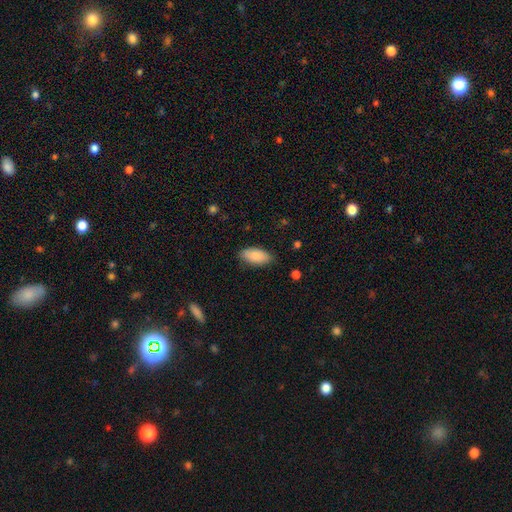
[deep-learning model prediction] Smooth or featured? Predicted: smooth (p=0.84). How rounded? Predicted: in between (p=0.90). Merging? Predicted: none (p=0.83).